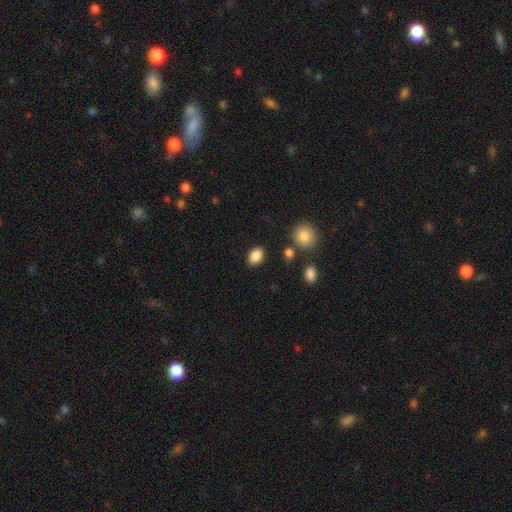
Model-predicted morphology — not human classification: smooth_or_featured: smooth (p=0.87) [alt: star or artifact p=0.09]
how_rounded: in between (p=0.79) [alt: round p=0.20]
merging: none (p=0.85) [alt: minor disturbance p=0.09]